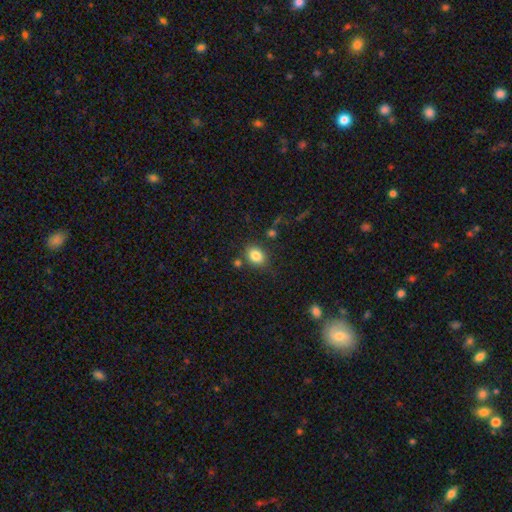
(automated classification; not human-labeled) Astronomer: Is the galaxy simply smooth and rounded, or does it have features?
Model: smooth — 84%.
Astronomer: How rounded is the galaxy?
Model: in between — 56% (runner-up: round, 43%).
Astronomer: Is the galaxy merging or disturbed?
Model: none — 78%.